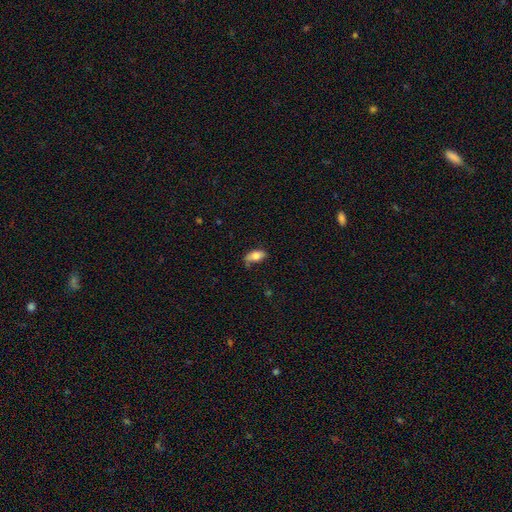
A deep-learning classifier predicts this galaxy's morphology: Smooth or featured? smooth (75%)
How rounded? in between (86%)
Merging? none (70%)